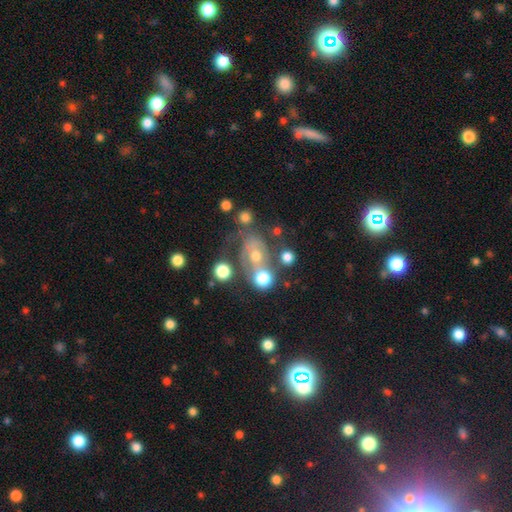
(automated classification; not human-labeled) This is marginally a featured or disk galaxy (44%). Merging: marginally none (43%).